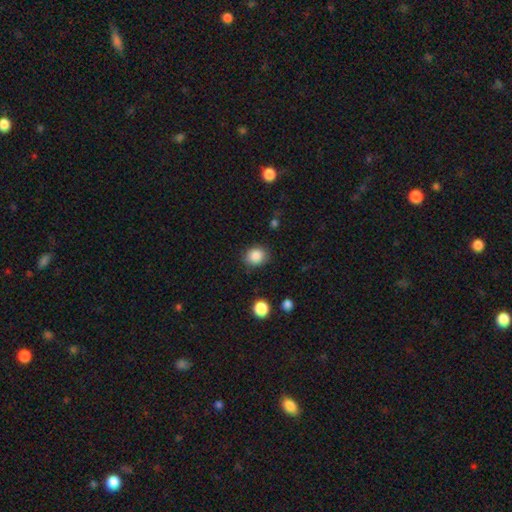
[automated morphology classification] A smooth galaxy with no disk features (87%) that is round (69%).

Vote fractions:
- Smooth or featured? smooth: 87% / star or artifact: 9% / featured or disk: 4%
- How rounded? round: 69% / in between: 30% / cigar-shaped: 1%
- Merging? none: 83% / minor disturbance: 12% / major disturbance: 3% / merger: 2%